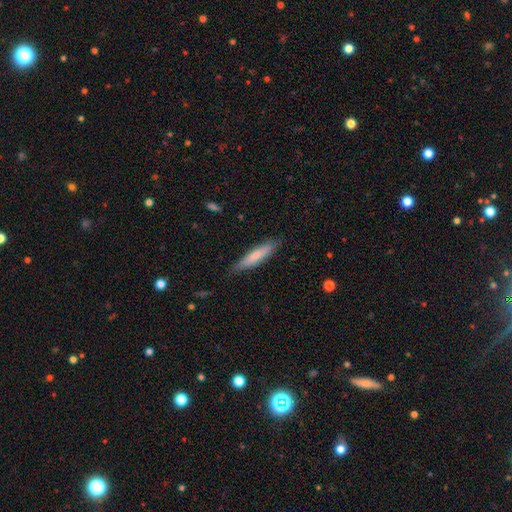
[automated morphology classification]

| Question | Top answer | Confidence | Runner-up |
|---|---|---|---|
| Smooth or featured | smooth | 71% | featured or disk (23%) |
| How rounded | cigar-shaped | 85% | in between (14%) |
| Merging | none | 82% | minor disturbance (15%) |